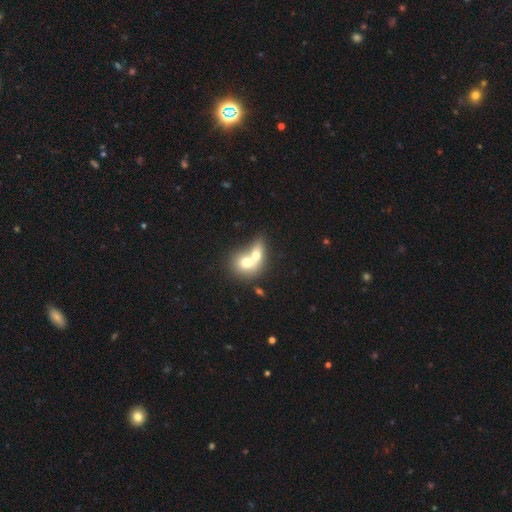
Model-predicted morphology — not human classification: Q: Smooth or featured?
A: smooth (66%); runner-up: featured or disk (26%)
Q: How rounded?
A: round (51%); runner-up: in between (46%)
Q: Merging?
A: merger (76%); runner-up: none (15%)